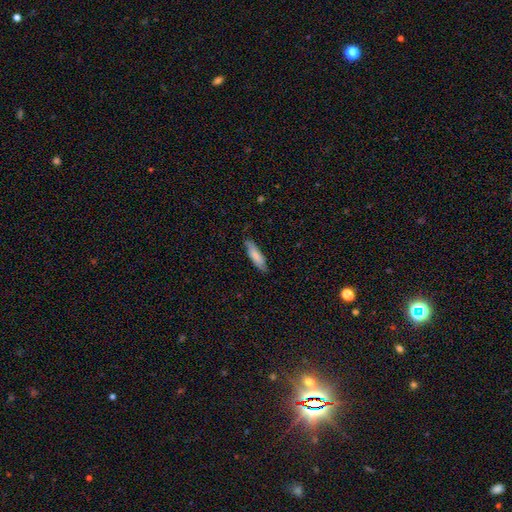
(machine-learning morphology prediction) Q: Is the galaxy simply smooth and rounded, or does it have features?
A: smooth — 80%.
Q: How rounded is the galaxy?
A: cigar-shaped — 63%.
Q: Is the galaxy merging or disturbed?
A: none — 82%.